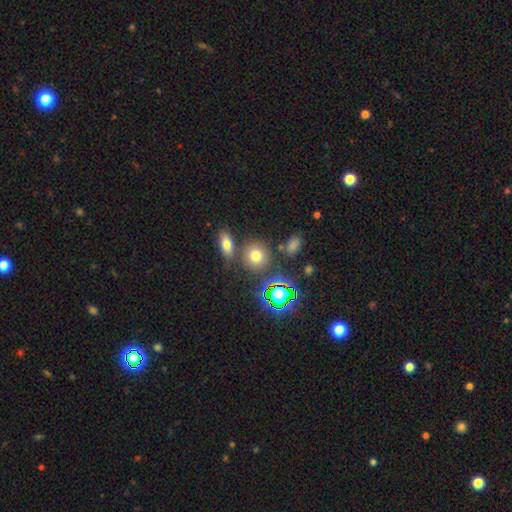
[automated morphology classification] This is likely a smooth galaxy (68%). How rounded: clearly round (83%). Merging: likely none (75%).